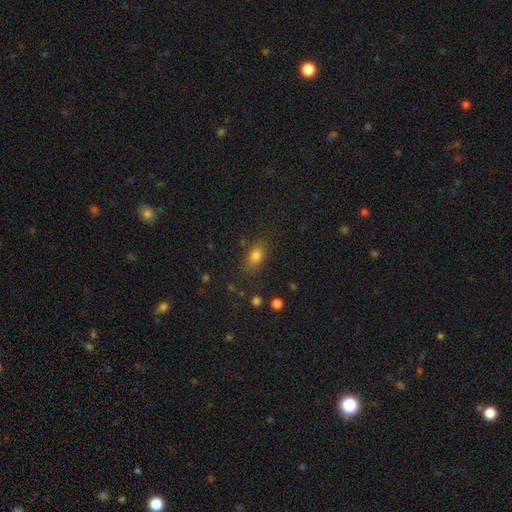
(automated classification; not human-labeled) smooth-or-featured: smooth: 77% | star or artifact: 14% | featured or disk: 9%
  how-rounded: in between: 74% | round: 20% | cigar-shaped: 6%
  merging: none: 80% | minor disturbance: 14% | major disturbance: 4% | merger: 3%